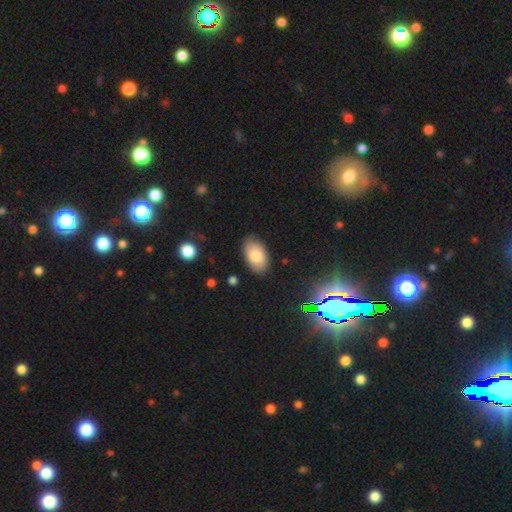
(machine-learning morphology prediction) type=smooth (80%); roundness=in between (94%); merging=none (84%).